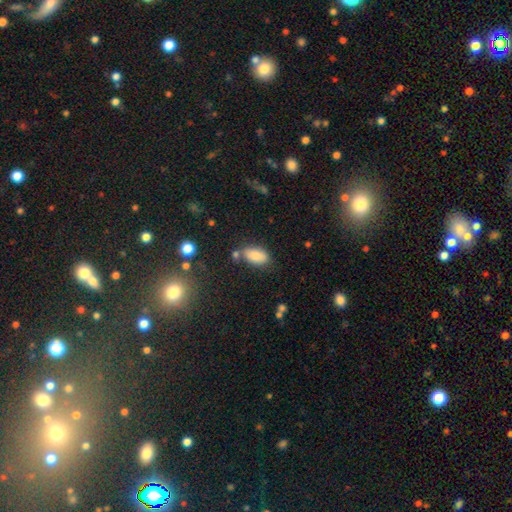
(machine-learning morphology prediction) Smooth or featured: smooth — 83% (star or artifact — 9%)
How rounded: in between — 92% (round — 4%)
Merging: none — 68% (minor disturbance — 17%)